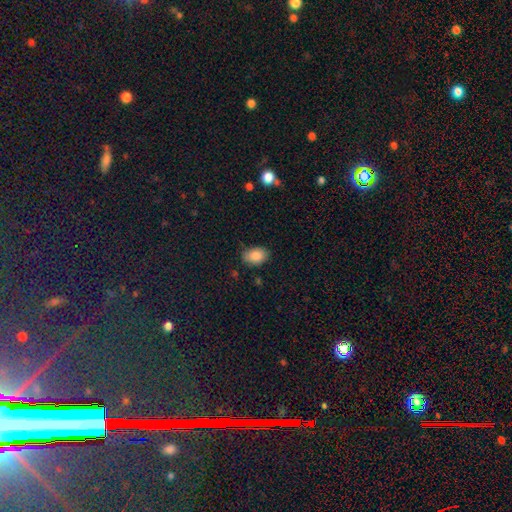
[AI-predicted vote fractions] smooth_or_featured: smooth (p=0.88) [alt: star or artifact p=0.07]
how_rounded: in between (p=0.82) [alt: round p=0.17]
merging: none (p=0.76) [alt: minor disturbance p=0.19]